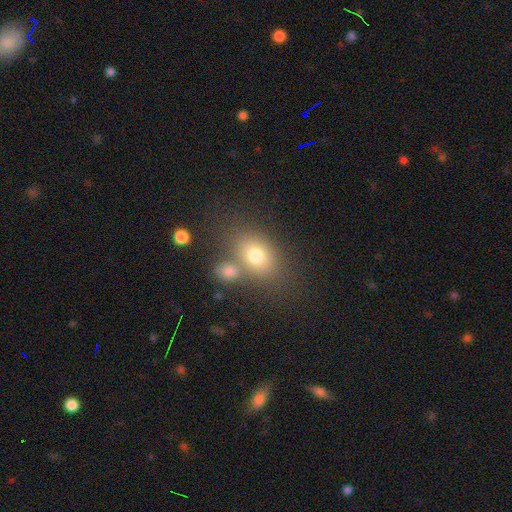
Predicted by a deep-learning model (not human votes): Q: Smooth or featured?
A: smooth (73%); runner-up: featured or disk (14%)
Q: How rounded?
A: in between (72%); runner-up: round (26%)
Q: Merging?
A: none (58%); runner-up: merger (24%)